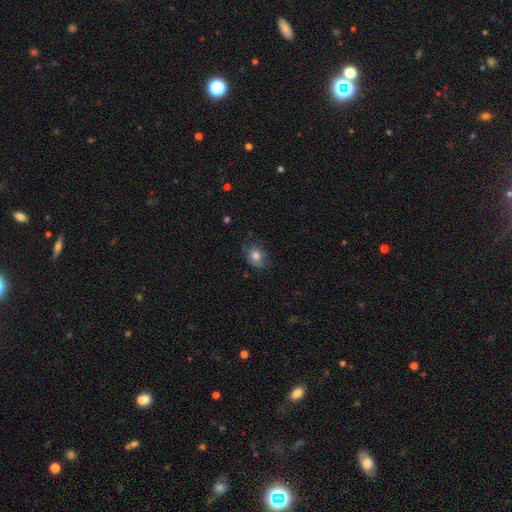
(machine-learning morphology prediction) smooth_or_featured: smooth (p=0.70) [alt: featured or disk p=0.20]
how_rounded: in between (p=0.57) [alt: round p=0.42]
merging: none (p=0.64) [alt: minor disturbance p=0.26]